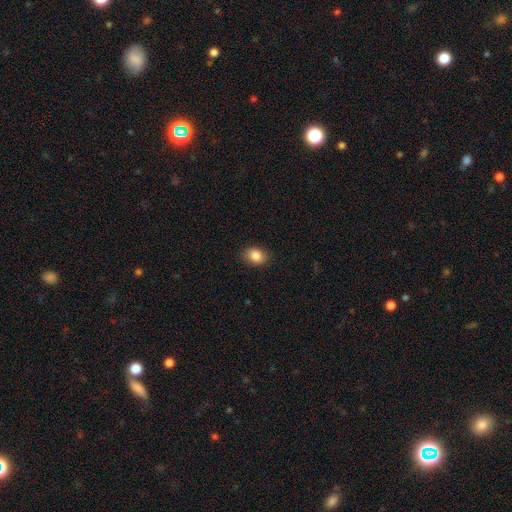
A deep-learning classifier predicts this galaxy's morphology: Smooth or featured? Predicted: smooth (p=0.86). How rounded? Predicted: in between (p=0.69). Merging? Predicted: none (p=0.86).